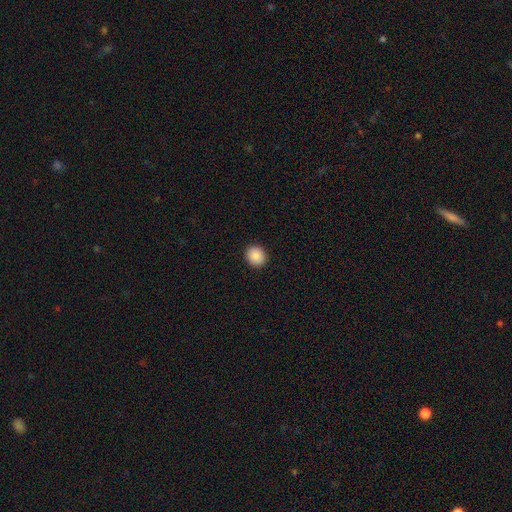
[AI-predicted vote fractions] smooth-or-featured: smooth: 89% | star or artifact: 8% | featured or disk: 3%
  how-rounded: round: 81% | in between: 19% | cigar-shaped: 1%
  merging: none: 93% | minor disturbance: 5% | major disturbance: 2% | merger: 1%